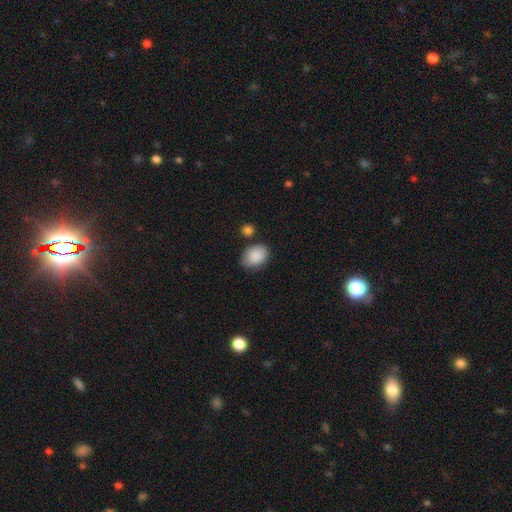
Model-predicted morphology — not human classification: smooth_or_featured: smooth (p=0.88) [alt: star or artifact p=0.07]
how_rounded: in between (p=0.69) [alt: round p=0.30]
merging: none (p=0.71) [alt: minor disturbance p=0.18]